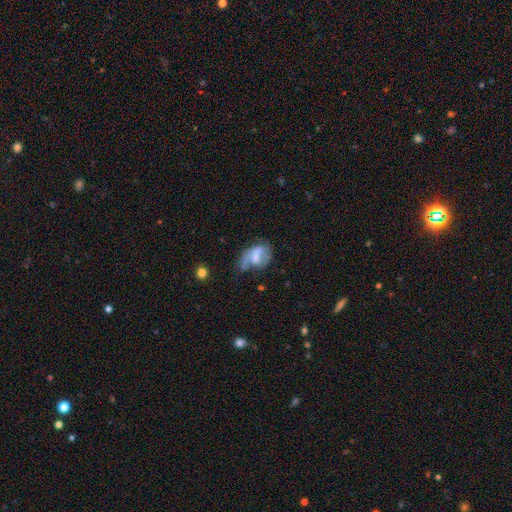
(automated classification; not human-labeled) A featured or disk galaxy (49%).

Vote fractions:
- Smooth or featured? featured or disk: 49% / smooth: 43% / star or artifact: 8%
- Merging? minor disturbance: 33% / none: 32% / major disturbance: 30% / merger: 6%